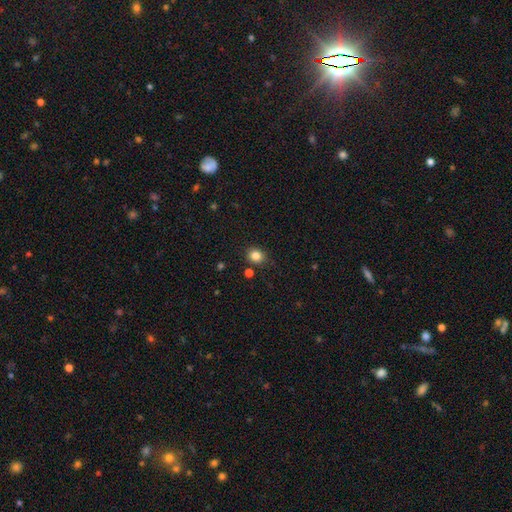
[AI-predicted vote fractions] smooth 84%, star or artifact 12%, featured or disk 5%. Down the decision tree: how rounded — round (71%); merging — none (84%).